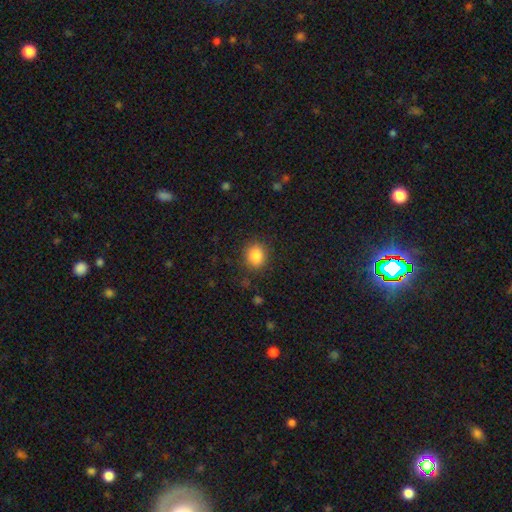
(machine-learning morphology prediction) The model was most divided on "how rounded": round: 70%, in between: 29%, cigar-shaped: 1%. More confident: smooth or featured — smooth (86%); merging — none (85%).